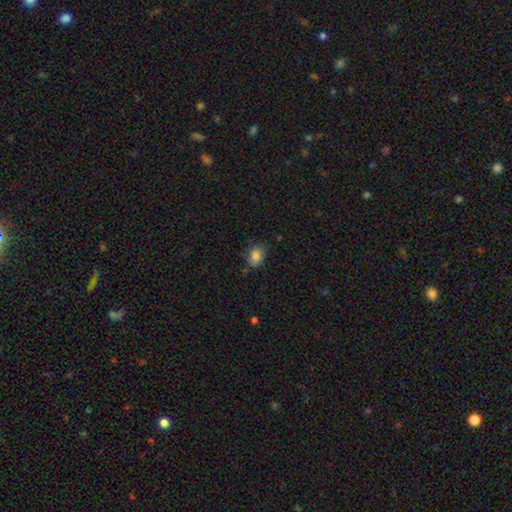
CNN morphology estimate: The model was most divided on "how rounded": in between: 70%, round: 29%, cigar-shaped: 1%. More confident: smooth or featured — smooth (85%); merging — none (67%).